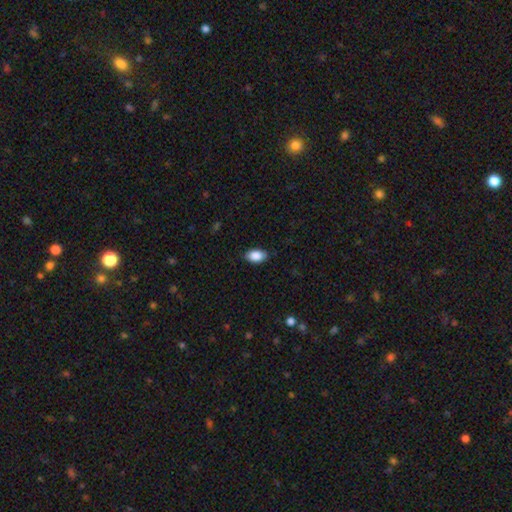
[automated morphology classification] Smooth or featured? smooth (89%)
How rounded? in between (92%)
Merging? none (86%)